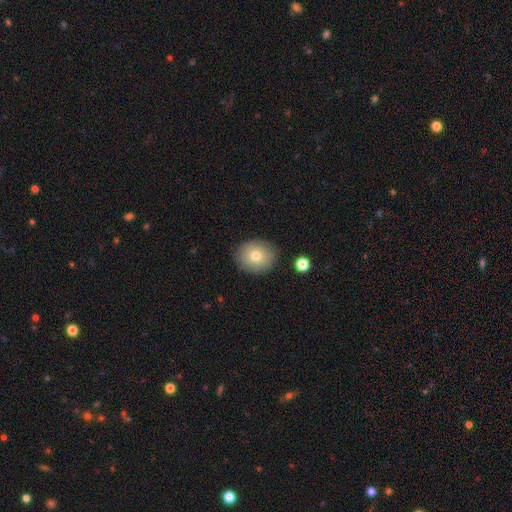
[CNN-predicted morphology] type=smooth (74%); roundness=round (71%); merging=none (84%).